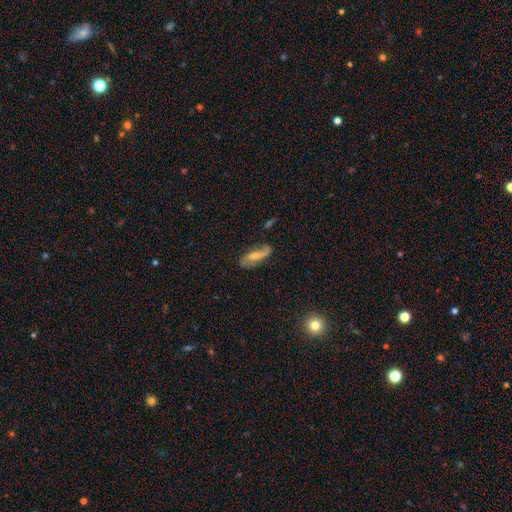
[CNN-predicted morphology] A featured or disk galaxy (63%) with a weak bar (40%), spiral arms (87%) and a small central bulge (42%). Merging: none (58%).